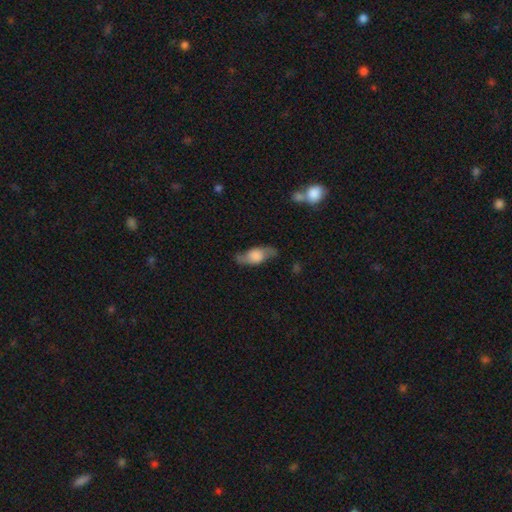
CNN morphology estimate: type=featured or disk (52%); edge-on=no (65%); merging=none (73%).